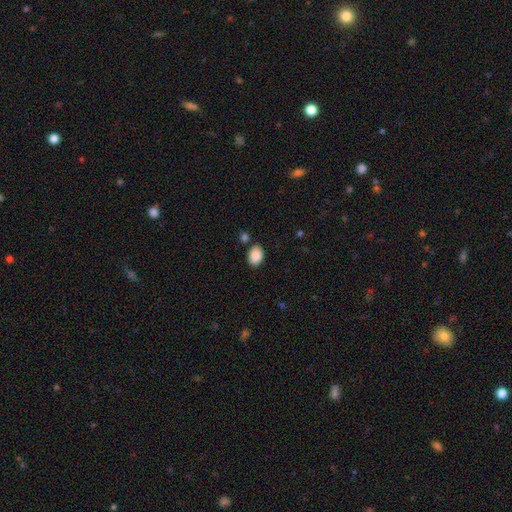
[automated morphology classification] Smooth or featured?
  - smooth: 89% *
  - star or artifact: 7%
  - featured or disk: 4%
How rounded?
  - in between: 79% *
  - round: 20%
  - cigar-shaped: 1%
Merging?
  - none: 77% *
  - minor disturbance: 13%
  - merger: 6%
  - major disturbance: 3%